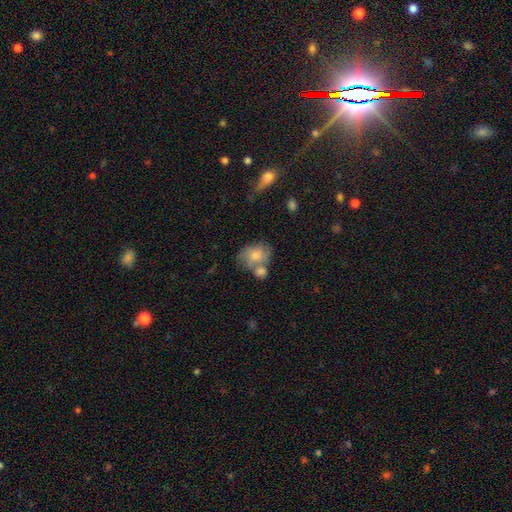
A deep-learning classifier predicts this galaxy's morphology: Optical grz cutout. It shows a smooth galaxy with no disk features (58%) that is in between round and cigar-shaped (59%). Merging: merger (40%).